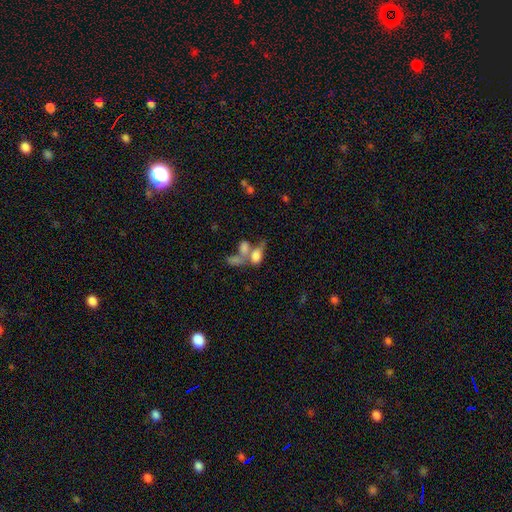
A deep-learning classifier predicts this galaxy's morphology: Q: Smooth or featured?
A: smooth (64%); runner-up: featured or disk (24%)
Q: How rounded?
A: in between (80%); runner-up: cigar-shaped (10%)
Q: Merging?
A: merger (58%); runner-up: none (21%)